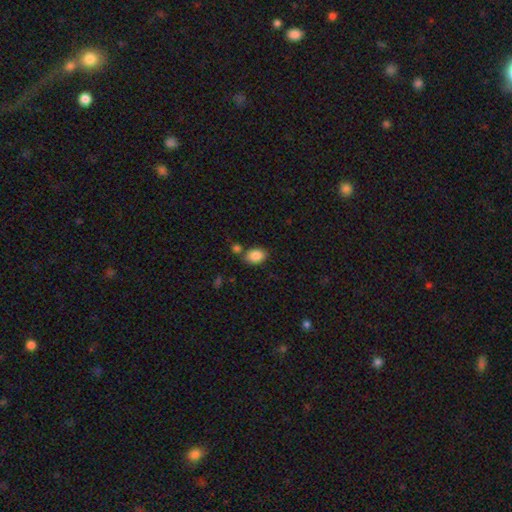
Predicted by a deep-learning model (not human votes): A smooth galaxy with no disk features (86%) that is in between round and cigar-shaped (77%). Merging: none (70%).